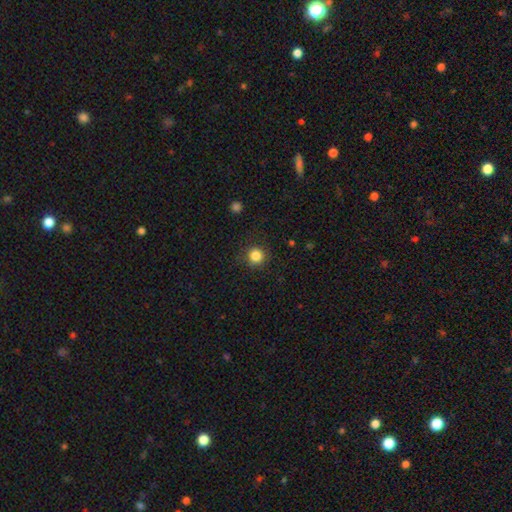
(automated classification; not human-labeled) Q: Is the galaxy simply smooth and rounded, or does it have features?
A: smooth — 84%.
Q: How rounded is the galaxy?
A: round — 94%.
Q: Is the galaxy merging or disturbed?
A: none — 87%.